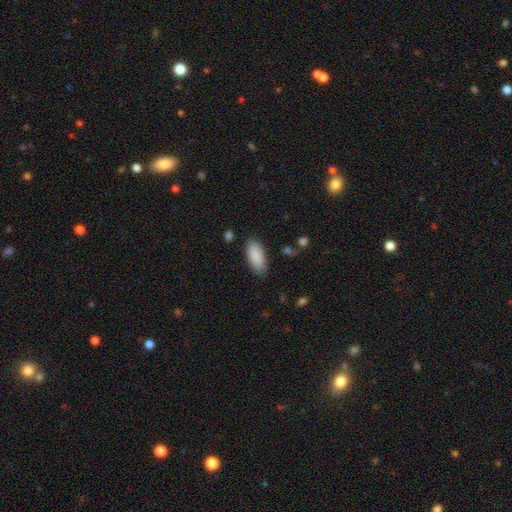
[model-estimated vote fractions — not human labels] Smooth or featured?
  - smooth: 90% *
  - star or artifact: 6%
  - featured or disk: 4%
How rounded?
  - in between: 89% *
  - cigar-shaped: 9%
  - round: 2%
Merging?
  - none: 85% *
  - minor disturbance: 11%
  - major disturbance: 3%
  - merger: 1%